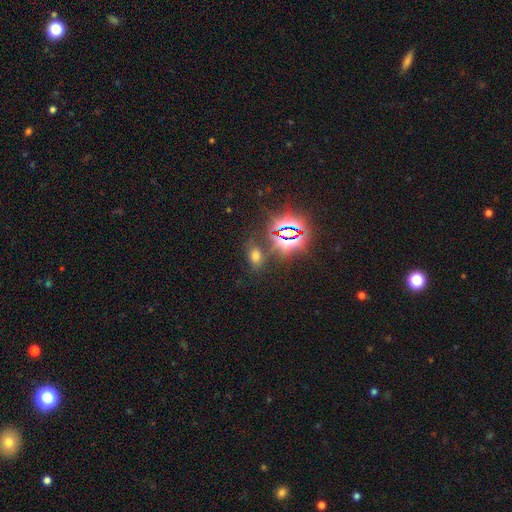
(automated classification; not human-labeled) Q: Smooth or featured?
A: smooth (49%); runner-up: star or artifact (42%)
Q: Merging?
A: none (73%); runner-up: minor disturbance (13%)